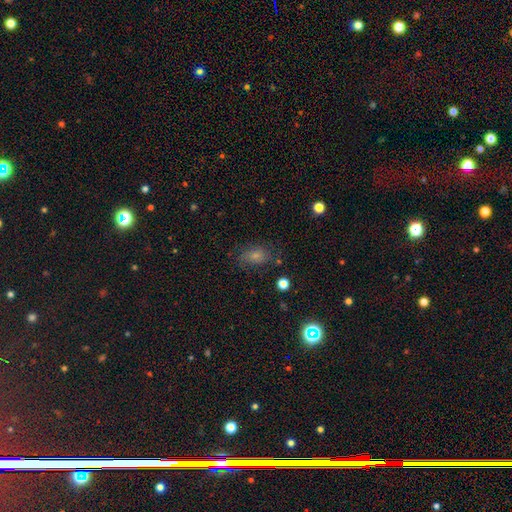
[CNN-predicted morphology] The model was most divided on "merging": none: 67%, minor disturbance: 22%, major disturbance: 10%, merger: 2%. More confident: how rounded — in between (78%); smooth or featured — smooth (68%).